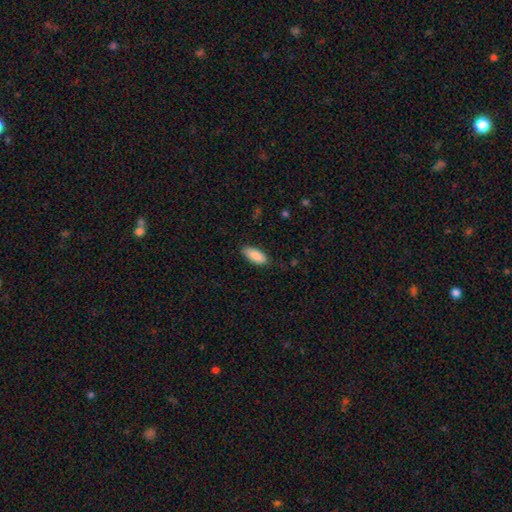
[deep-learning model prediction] Overall: smooth (89%). How rounded: in between (86%). Merging: none (81%).